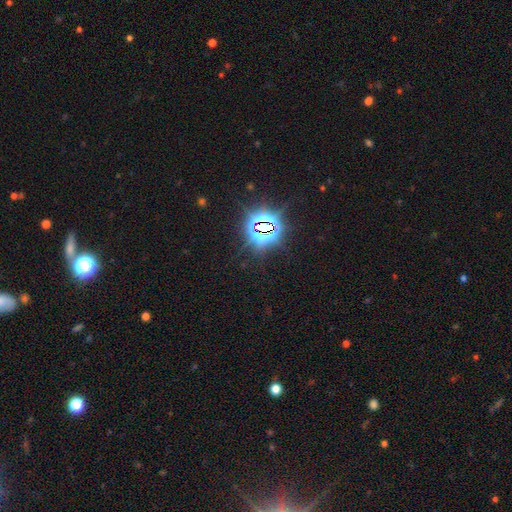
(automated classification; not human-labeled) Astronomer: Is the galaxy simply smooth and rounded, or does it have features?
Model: star or artifact — 83%.